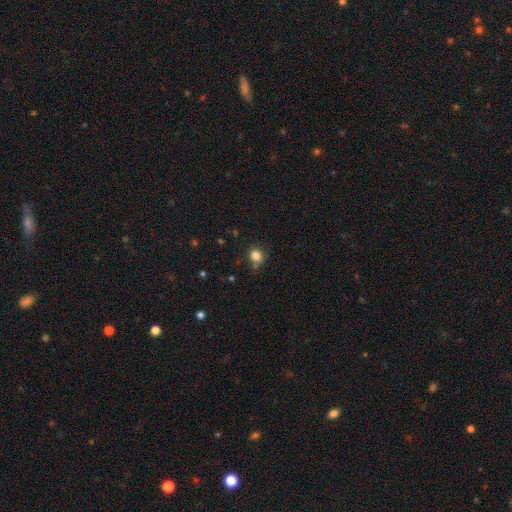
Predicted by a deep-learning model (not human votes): smooth_or_featured: smooth (p=0.83) [alt: star or artifact p=0.13]
how_rounded: round (p=0.84) [alt: in between p=0.15]
merging: none (p=0.74) [alt: minor disturbance p=0.16]